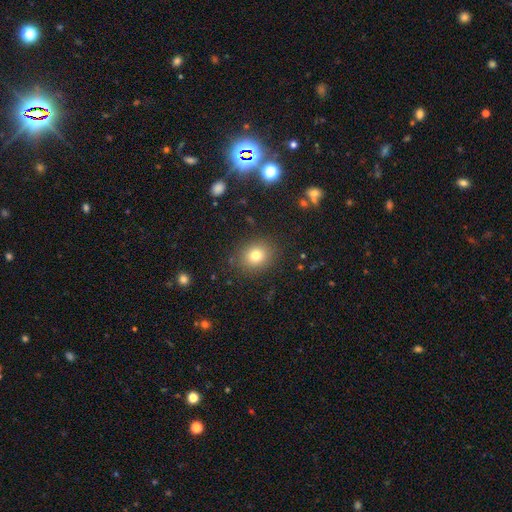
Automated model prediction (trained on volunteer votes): smooth 77%, star or artifact 14%, featured or disk 9%. Down the decision tree: how rounded — round (70%); merging — none (87%).